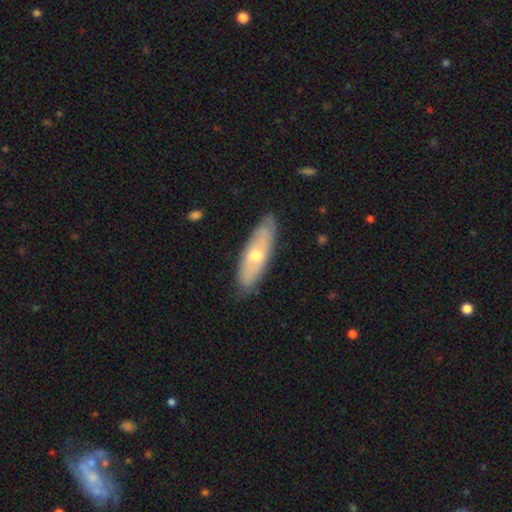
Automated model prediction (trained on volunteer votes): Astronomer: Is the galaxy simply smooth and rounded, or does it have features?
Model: smooth — 48% (runner-up: featured or disk, 46%).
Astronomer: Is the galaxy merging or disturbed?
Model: none — 80%.